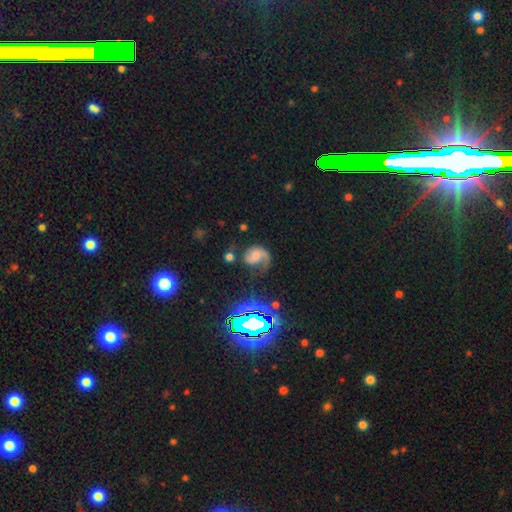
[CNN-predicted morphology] This is likely a featured or disk galaxy (70%). It is clearly not viewed edge-on (98%). Bar: possibly no (59%). Spiral arm pattern: clearly yes (93%). Spiral arm count: possibly 2 (46%). Spiral winding: marginally medium (45%). Central bulge: marginally moderate (45%). Merging: marginally none (45%).